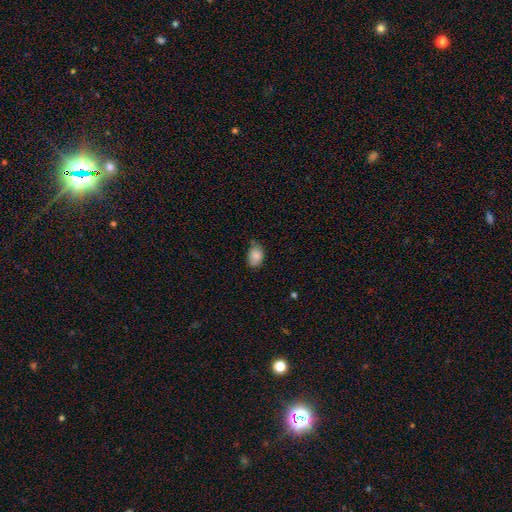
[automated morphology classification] type=smooth (86%); roundness=in between (82%); merging=none (61%).